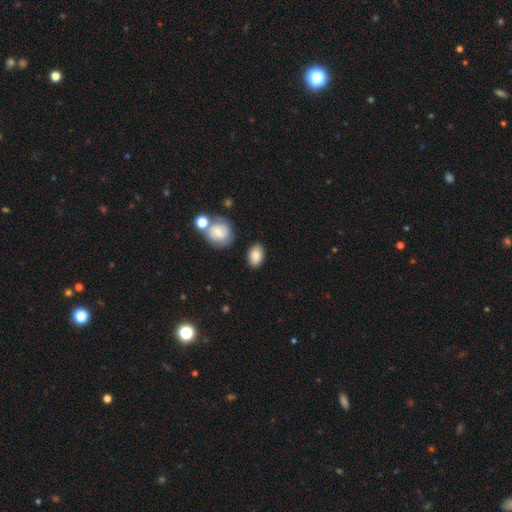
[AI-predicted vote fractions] A smooth galaxy with no disk features (82%) that is in between round and cigar-shaped (84%). Merging: none (82%).